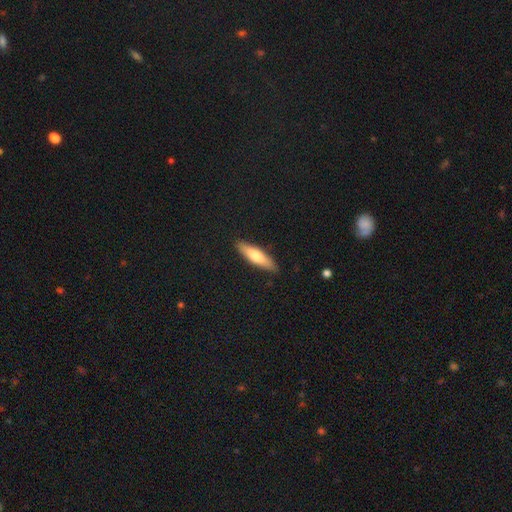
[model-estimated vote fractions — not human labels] Overall: smooth (65%; featured or disk 30%). How rounded: cigar-shaped (70%). Merging: none (89%).